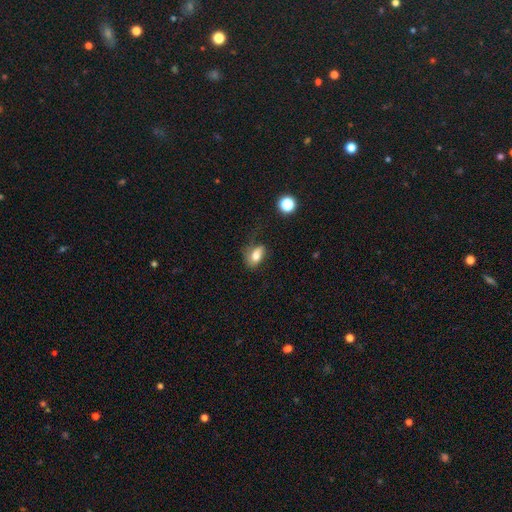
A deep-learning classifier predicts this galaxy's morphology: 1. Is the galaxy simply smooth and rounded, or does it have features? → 74% smooth, 17% featured or disk, 9% star or artifact.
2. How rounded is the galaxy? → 86% in between, 11% round, 3% cigar-shaped.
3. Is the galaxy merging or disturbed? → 42% none, 29% minor disturbance, 25% major disturbance, 3% merger.